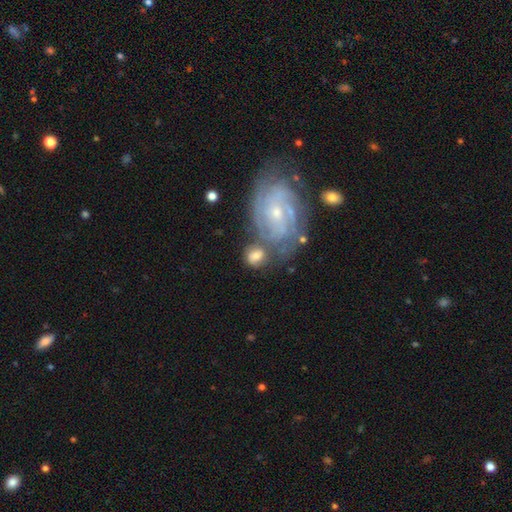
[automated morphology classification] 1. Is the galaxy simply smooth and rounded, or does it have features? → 53% smooth, 39% featured or disk, 8% star or artifact.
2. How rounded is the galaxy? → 54% round, 45% in between, 2% cigar-shaped.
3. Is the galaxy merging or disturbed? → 50% none, 22% merger, 17% minor disturbance, 10% major disturbance.